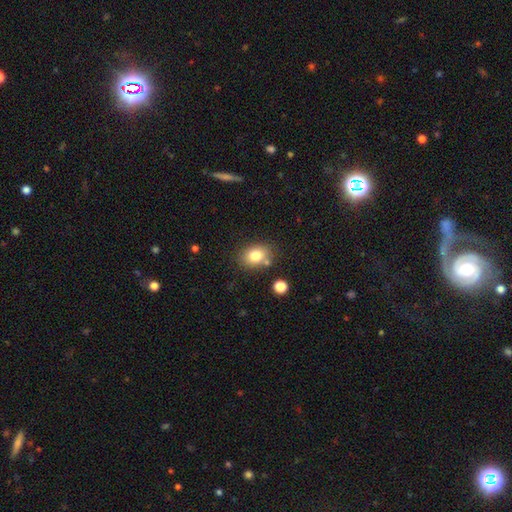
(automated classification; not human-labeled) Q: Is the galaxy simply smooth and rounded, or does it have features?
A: smooth — 80%.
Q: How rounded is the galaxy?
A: in between — 65%.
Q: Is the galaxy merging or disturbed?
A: none — 73%.